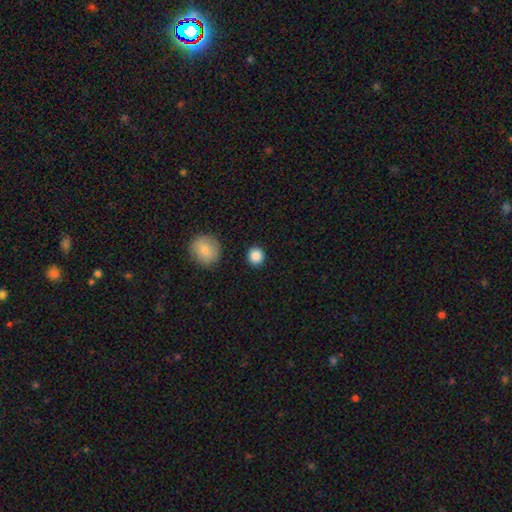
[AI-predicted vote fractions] Smooth or featured? smooth (87%)
How rounded? round (90%)
Merging? none (90%)